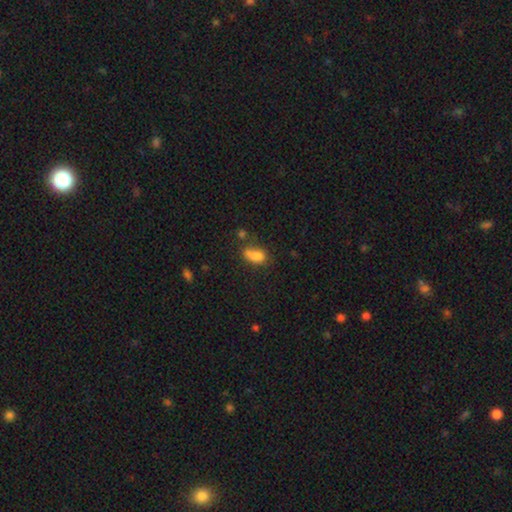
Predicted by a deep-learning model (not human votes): Morphology: type=smooth (78%); roundness=in between (82%); merging=none (35%).